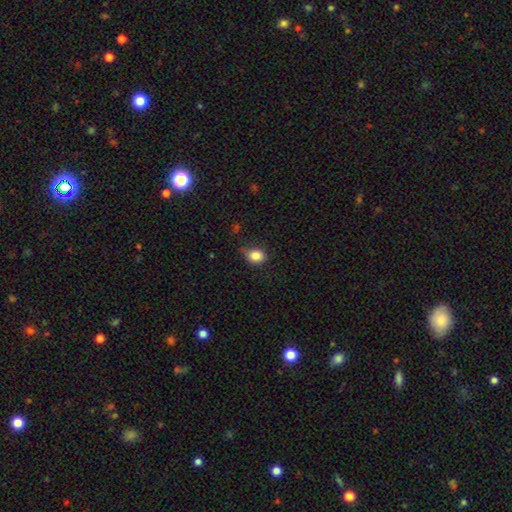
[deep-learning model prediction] Smooth or featured: smooth — 84% (star or artifact — 10%)
How rounded: round — 62% (in between — 37%)
Merging: none — 69% (minor disturbance — 25%)